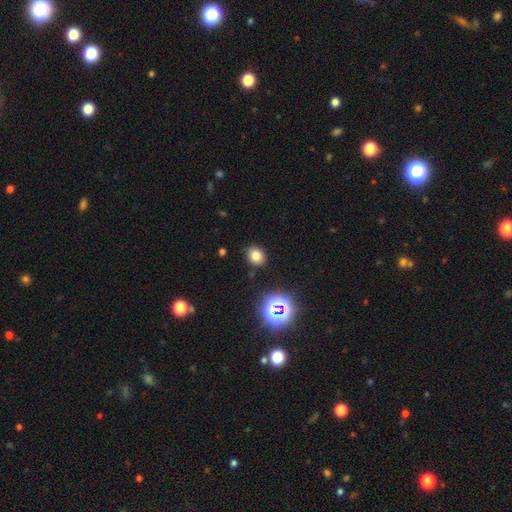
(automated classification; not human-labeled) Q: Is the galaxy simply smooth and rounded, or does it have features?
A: smooth — 75%.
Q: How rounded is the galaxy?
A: round — 56%.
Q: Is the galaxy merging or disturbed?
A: none — 86%.